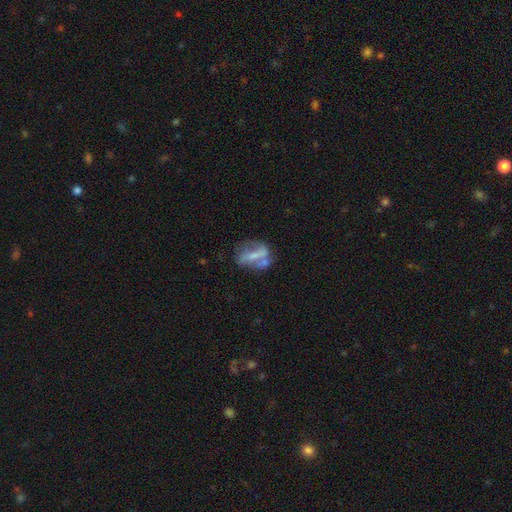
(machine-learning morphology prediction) A featured or disk galaxy (51%).

Vote fractions:
- Smooth or featured? featured or disk: 51% / smooth: 39% / star or artifact: 10%
- Edge-on disk? no: 89% / yes: 11%
- Merging? none: 37% / merger: 24% / minor disturbance: 20% / major disturbance: 19%